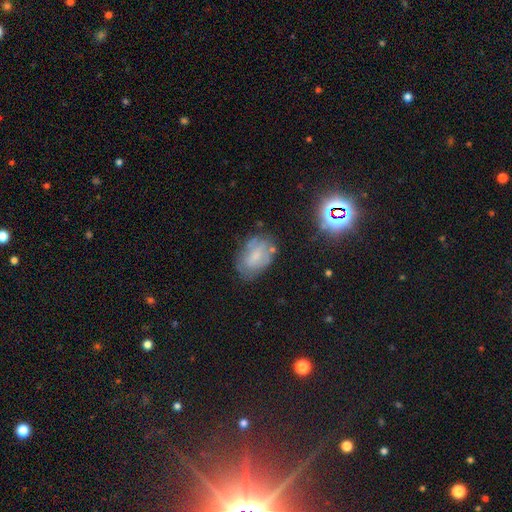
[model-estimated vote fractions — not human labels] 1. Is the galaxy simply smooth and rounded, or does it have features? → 51% smooth, 36% featured or disk, 13% star or artifact.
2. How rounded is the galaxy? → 83% in between, 15% round, 2% cigar-shaped.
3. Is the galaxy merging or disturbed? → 59% none, 26% minor disturbance, 11% major disturbance, 4% merger.